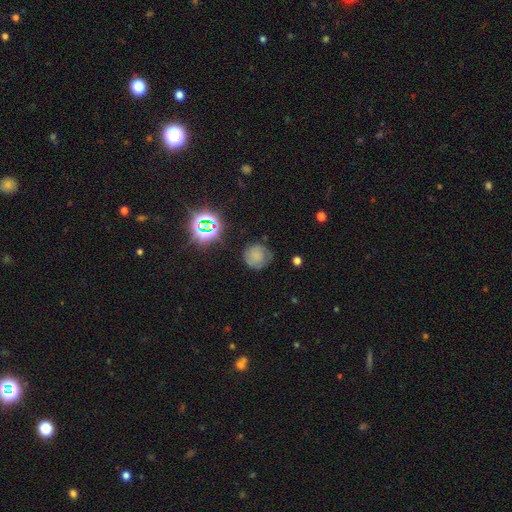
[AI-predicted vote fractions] The model was most divided on "smooth or featured": smooth: 61%, featured or disk: 20%, star or artifact: 19%. More confident: how rounded — round (90%); merging — none (69%).